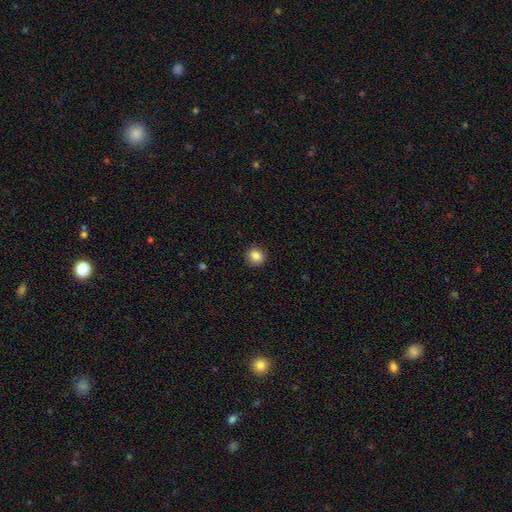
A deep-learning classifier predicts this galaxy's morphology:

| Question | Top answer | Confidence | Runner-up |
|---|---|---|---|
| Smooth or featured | smooth | 86% | star or artifact (10%) |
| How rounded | round | 83% | in between (16%) |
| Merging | none | 90% | minor disturbance (7%) |